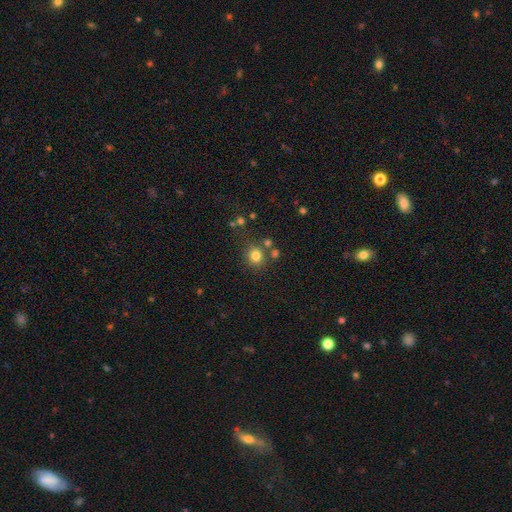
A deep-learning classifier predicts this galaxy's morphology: Q: Smooth or featured?
A: smooth (80%); runner-up: star or artifact (14%)
Q: How rounded?
A: round (83%); runner-up: in between (16%)
Q: Merging?
A: none (75%); runner-up: minor disturbance (11%)